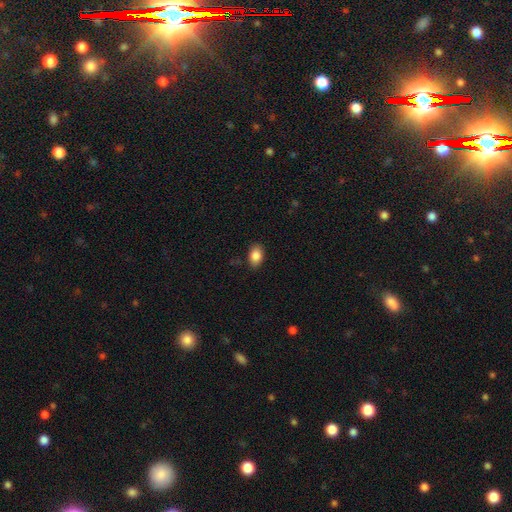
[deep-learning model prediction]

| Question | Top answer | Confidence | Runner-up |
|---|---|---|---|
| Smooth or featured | smooth | 86% | star or artifact (8%) |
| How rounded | in between | 84% | round (15%) |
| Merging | none | 85% | minor disturbance (12%) |